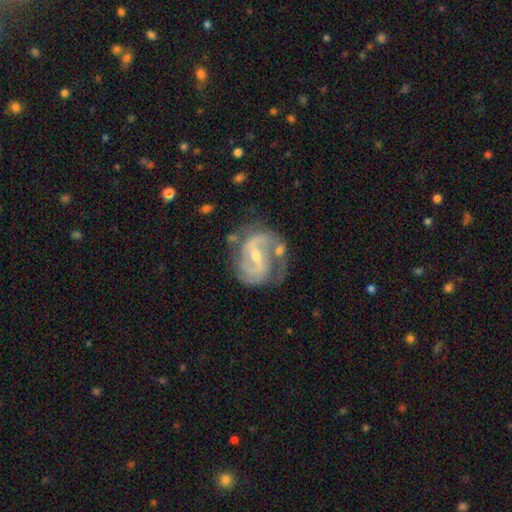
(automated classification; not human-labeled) Smooth or featured?
  - featured or disk: 89% *
  - smooth: 6%
  - star or artifact: 6%
Edge-on disk?
  - no: 98% *
  - yes: 2%
Bar?
  - weak: 48% *
  - strong: 32%
  - no: 20%
Spiral arms?
  - yes: 96% *
  - no: 4%
Spiral winding?
  - medium: 50% *
  - tight: 35%
  - loose: 15%
Spiral arm count?
  - 2: 76% *
  - 3: 9%
  - can't tell: 8%
  - 1: 3%
  - 4: 2%
  - more than 4: 2%
Bulge size?
  - small: 53% *
  - moderate: 43%
  - none: 2%
  - large: 1%
  - dominant: 1%
Merging?
  - none: 58% *
  - minor disturbance: 22%
  - major disturbance: 12%
  - merger: 7%